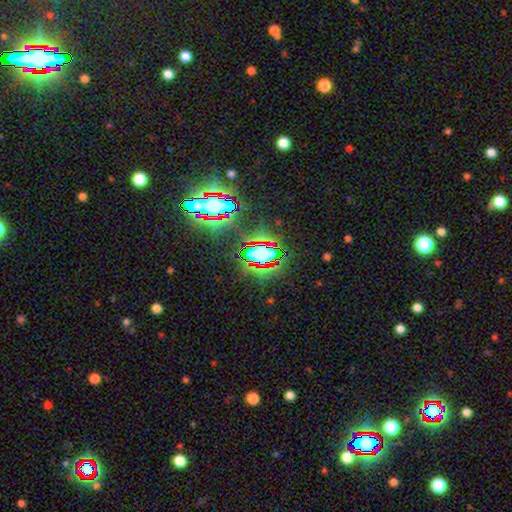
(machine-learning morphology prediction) type=star or artifact (71%).